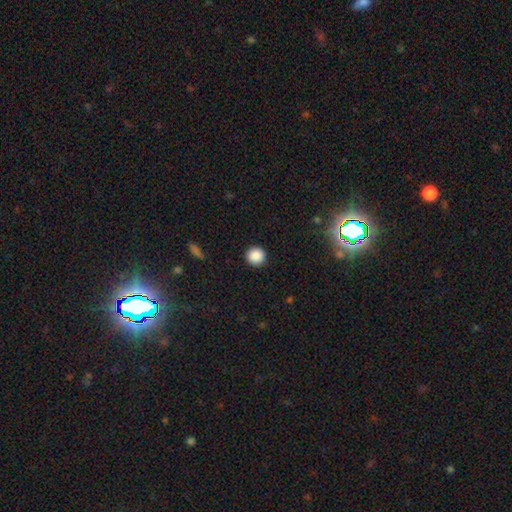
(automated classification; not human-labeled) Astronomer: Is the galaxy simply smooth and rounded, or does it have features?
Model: smooth — 88%.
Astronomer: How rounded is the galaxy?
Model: round — 95%.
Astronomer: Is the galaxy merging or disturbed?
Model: none — 92%.